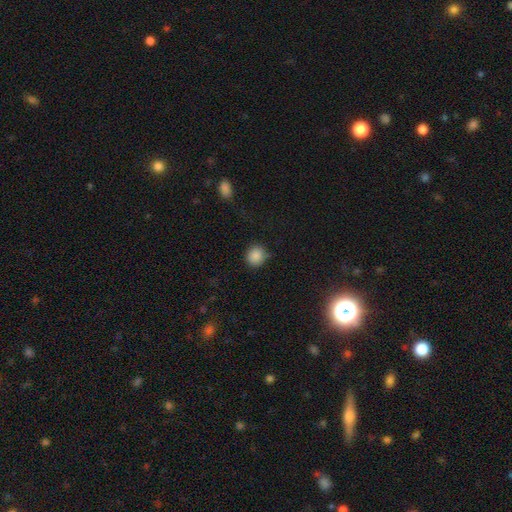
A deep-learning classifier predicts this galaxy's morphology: Smooth or featured? smooth (87%)
How rounded? round (87%)
Merging? none (81%)